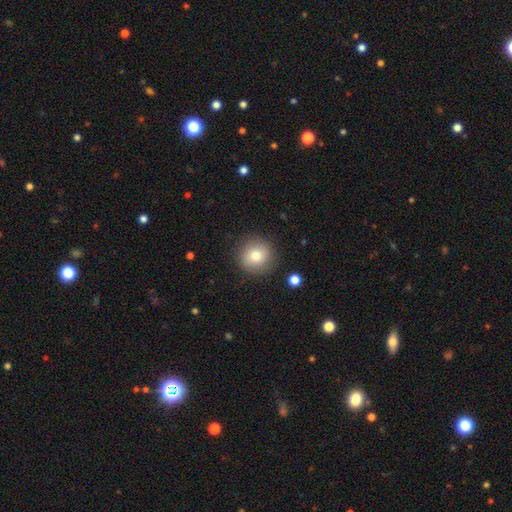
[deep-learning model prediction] Smooth or featured? Predicted: smooth (p=0.80). How rounded? Predicted: round (p=0.93). Merging? Predicted: none (p=0.88).